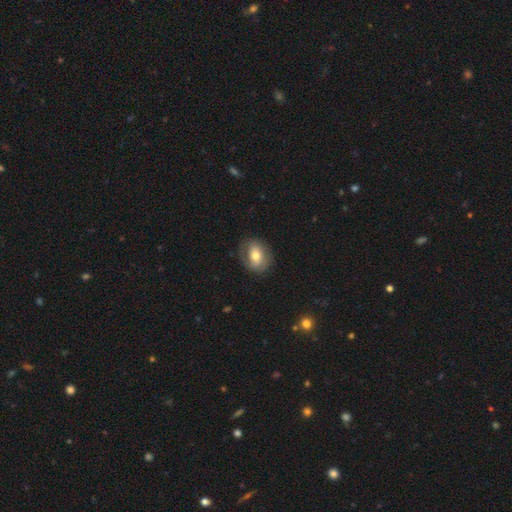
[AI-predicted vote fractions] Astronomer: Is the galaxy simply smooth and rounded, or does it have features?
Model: smooth — 53% (runner-up: featured or disk, 39%).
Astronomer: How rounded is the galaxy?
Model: in between — 57% (runner-up: round, 42%).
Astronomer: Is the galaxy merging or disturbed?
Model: none — 73%.